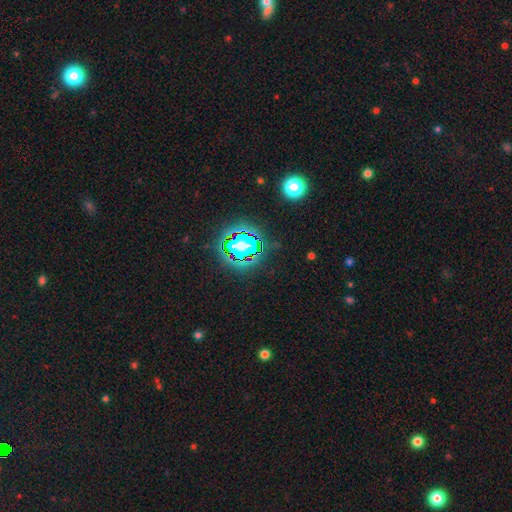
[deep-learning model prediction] smooth_or_featured: star or artifact (p=0.79) [alt: smooth p=0.13]